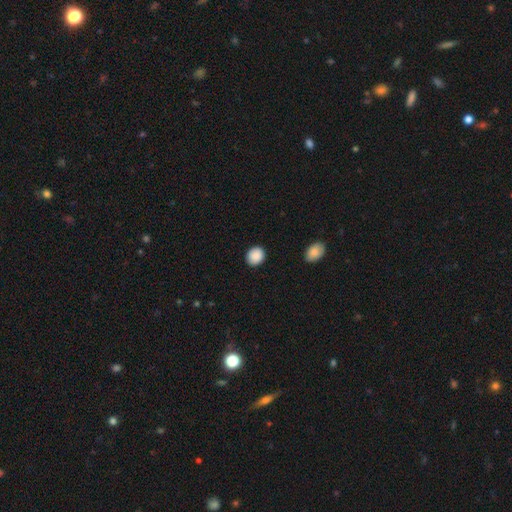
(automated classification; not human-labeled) Smooth or featured: smooth — 89% (star or artifact — 8%)
How rounded: round — 67% (in between — 32%)
Merging: none — 88% (minor disturbance — 8%)